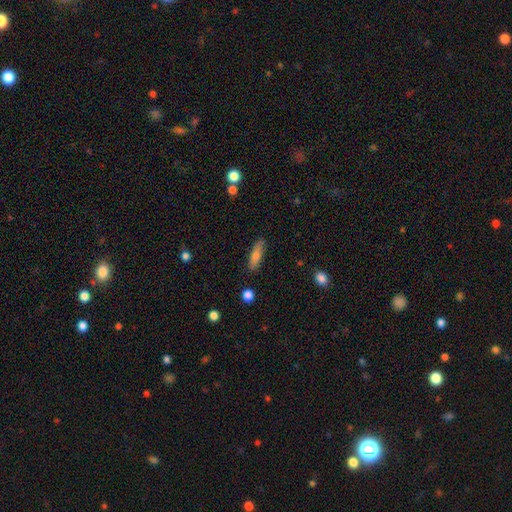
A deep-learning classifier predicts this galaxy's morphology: A smooth galaxy with no disk features (70%) that is cigar-shaped (67%).

Vote fractions:
- Smooth or featured? smooth: 70% / featured or disk: 22% / star or artifact: 7%
- How rounded? cigar-shaped: 67% / in between: 30% / round: 3%
- Merging? none: 85% / minor disturbance: 11% / major disturbance: 2% / merger: 2%